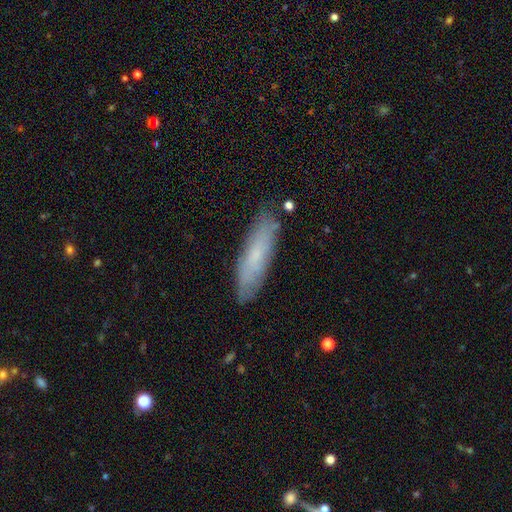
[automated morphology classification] This appears to be a smooth galaxy with no disk features (60%) that is cigar-shaped (66%). Merging: none (83%).